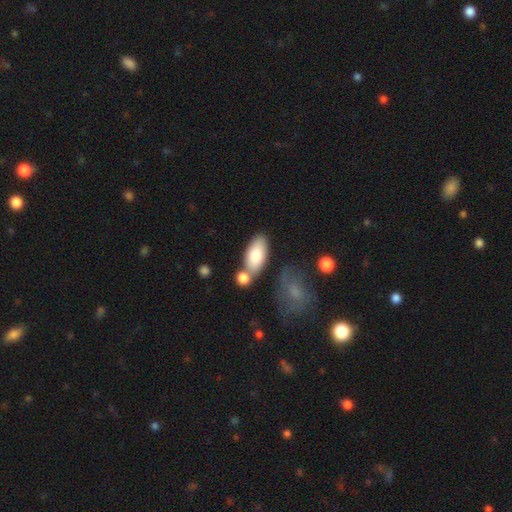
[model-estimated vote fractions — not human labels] smooth 80%, featured or disk 14%, star or artifact 6%. Down the decision tree: how rounded — in between (89%); merging — none (59%).